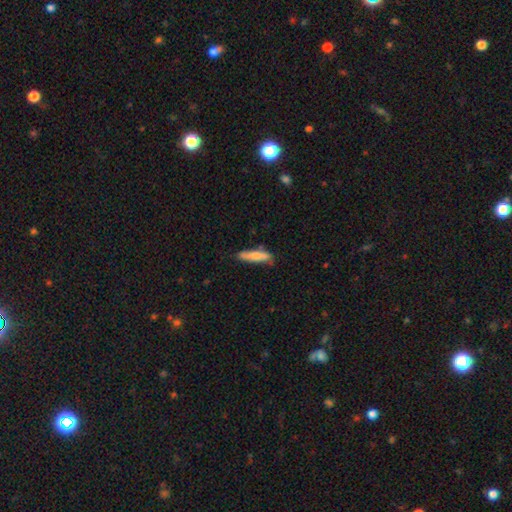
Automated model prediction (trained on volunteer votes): Smooth or featured? Predicted: smooth (p=0.70). How rounded? Predicted: cigar-shaped (p=0.78). Merging? Predicted: none (p=0.75).